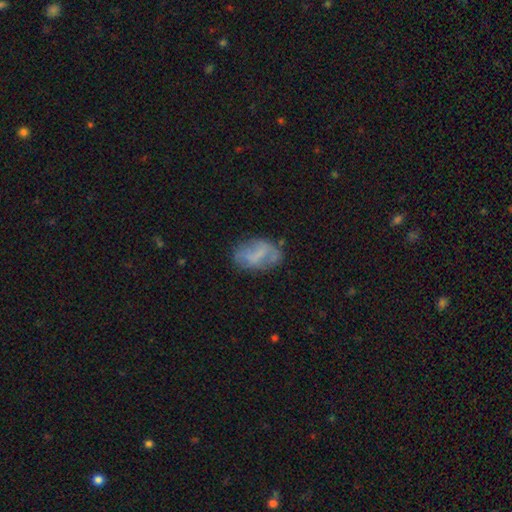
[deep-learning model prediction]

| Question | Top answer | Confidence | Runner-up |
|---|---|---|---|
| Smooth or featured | smooth | 48% | featured or disk (43%) |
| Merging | none | 59% | minor disturbance (25%) |